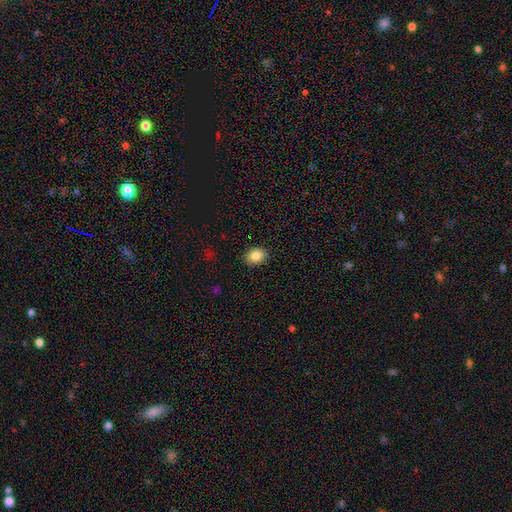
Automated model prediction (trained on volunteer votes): Smooth or featured?
  - smooth: 85% *
  - star or artifact: 9%
  - featured or disk: 6%
How rounded?
  - round: 51% *
  - in between: 48%
  - cigar-shaped: 1%
Merging?
  - none: 87% *
  - minor disturbance: 10%
  - major disturbance: 2%
  - merger: 1%